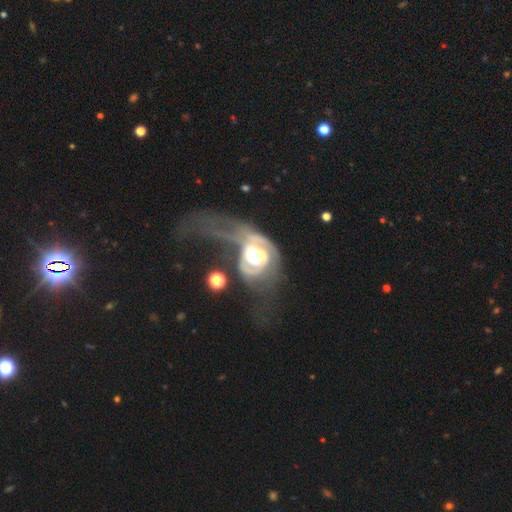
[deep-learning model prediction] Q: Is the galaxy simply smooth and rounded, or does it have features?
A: featured or disk — 78%.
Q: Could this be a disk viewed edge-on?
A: no — 96%.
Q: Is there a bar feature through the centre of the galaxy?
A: no — 68%.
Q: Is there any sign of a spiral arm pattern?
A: yes — 73%.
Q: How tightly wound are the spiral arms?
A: tight — 36%.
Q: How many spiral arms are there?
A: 2 — 43%.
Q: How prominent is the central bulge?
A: moderate — 43%, tied with large.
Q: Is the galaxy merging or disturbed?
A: major disturbance — 61%.